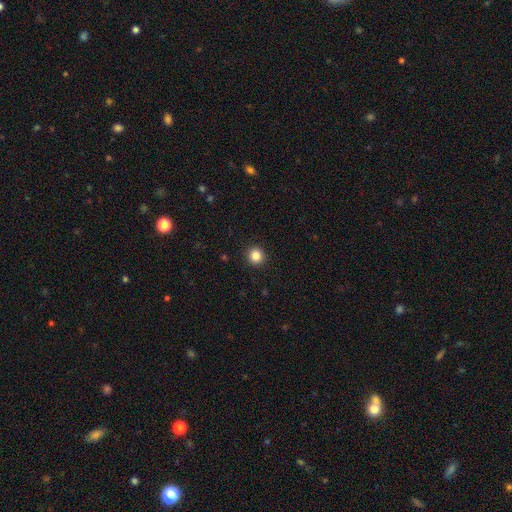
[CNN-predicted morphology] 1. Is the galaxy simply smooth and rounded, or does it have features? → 86% smooth, 11% star or artifact, 4% featured or disk.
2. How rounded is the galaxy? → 94% round, 5% in between, 1% cigar-shaped.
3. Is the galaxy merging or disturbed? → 93% none, 5% minor disturbance, 2% major disturbance, 1% merger.